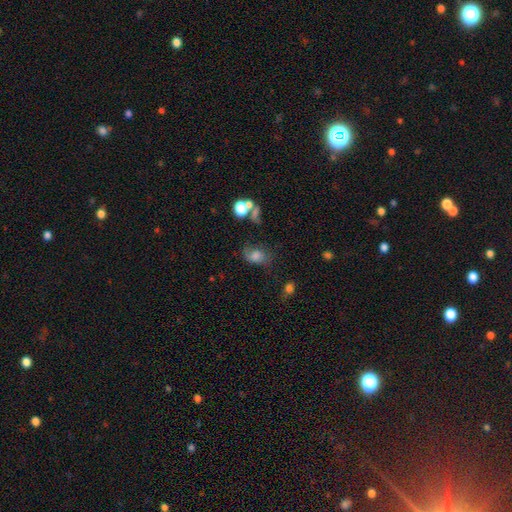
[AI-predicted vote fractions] smooth-or-featured: smooth: 61% | featured or disk: 25% | star or artifact: 14%
  how-rounded: in between: 76% | round: 22% | cigar-shaped: 2%
  merging: none: 46% | minor disturbance: 28% | major disturbance: 20% | merger: 6%